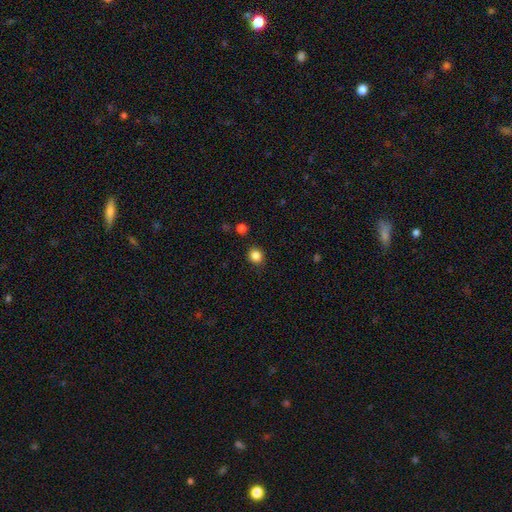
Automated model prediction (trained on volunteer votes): Q: Smooth or featured?
A: smooth (84%); runner-up: star or artifact (12%)
Q: How rounded?
A: round (82%); runner-up: in between (17%)
Q: Merging?
A: none (88%); runner-up: minor disturbance (8%)